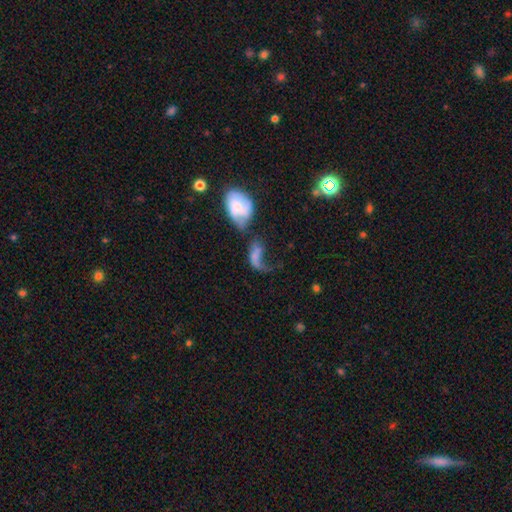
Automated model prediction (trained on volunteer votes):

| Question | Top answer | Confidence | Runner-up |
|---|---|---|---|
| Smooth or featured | smooth | 47% | featured or disk (42%) |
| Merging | merger | 38% | major disturbance (35%) |